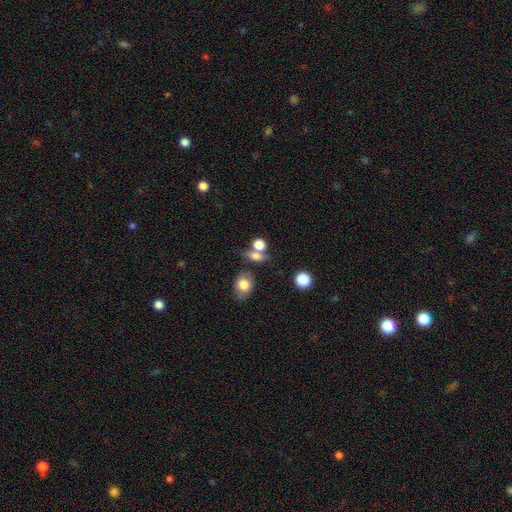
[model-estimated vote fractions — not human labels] Overall: smooth (74%). How rounded: round (52%; in between 43%). Merging: none (46%; merger 36%).